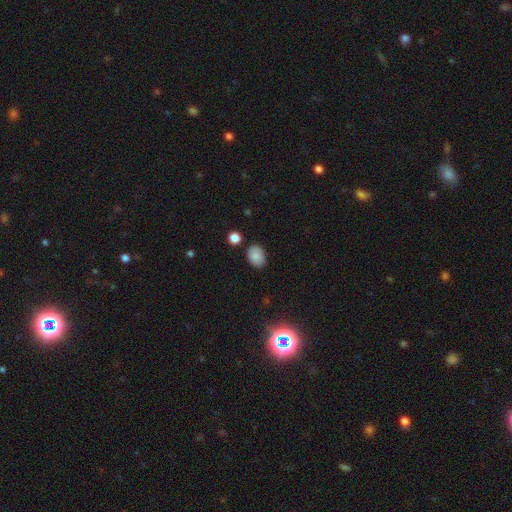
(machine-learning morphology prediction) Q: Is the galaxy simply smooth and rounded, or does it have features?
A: smooth — 85%.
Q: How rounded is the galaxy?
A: in between — 75%.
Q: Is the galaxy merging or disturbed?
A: none — 82%.